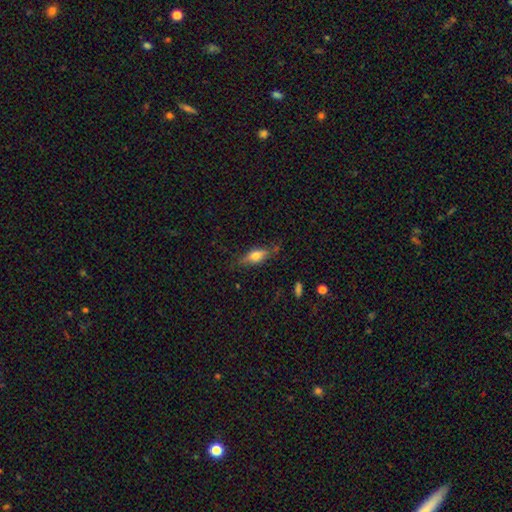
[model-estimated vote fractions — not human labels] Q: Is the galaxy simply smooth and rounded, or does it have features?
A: smooth — 53%.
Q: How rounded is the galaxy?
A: in between — 59%.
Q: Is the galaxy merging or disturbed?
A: none — 74%.